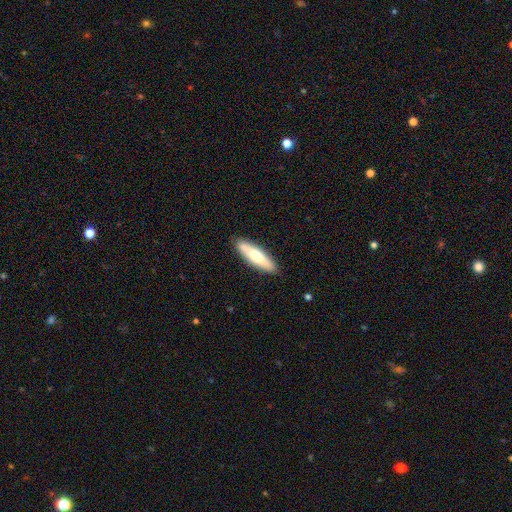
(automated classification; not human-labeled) Overall: smooth (63%; featured or disk 31%). How rounded: cigar-shaped (64%; in between 35%). Merging: none (88%).